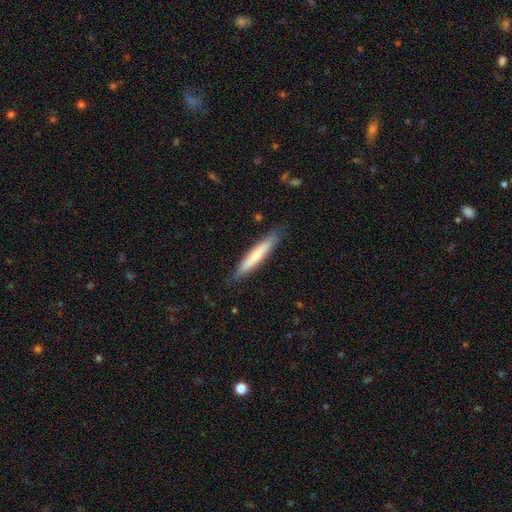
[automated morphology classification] A smooth galaxy with no disk features (60%) that is cigar-shaped (92%). Merging: none (85%).